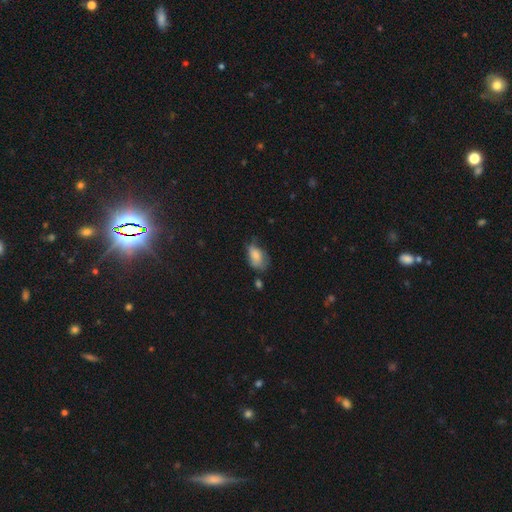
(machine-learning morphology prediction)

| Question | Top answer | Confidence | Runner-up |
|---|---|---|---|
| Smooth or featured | smooth | 76% | featured or disk (16%) |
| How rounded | in between | 87% | round (11%) |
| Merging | minor disturbance | 38% | tied: none (38%) |